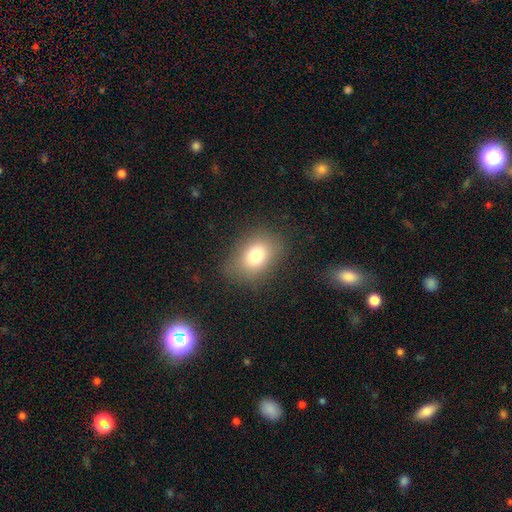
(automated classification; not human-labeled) smooth_or_featured: smooth (p=0.77) [alt: star or artifact p=0.12]
how_rounded: in between (p=0.67) [alt: round p=0.31]
merging: none (p=0.81) [alt: minor disturbance p=0.12]